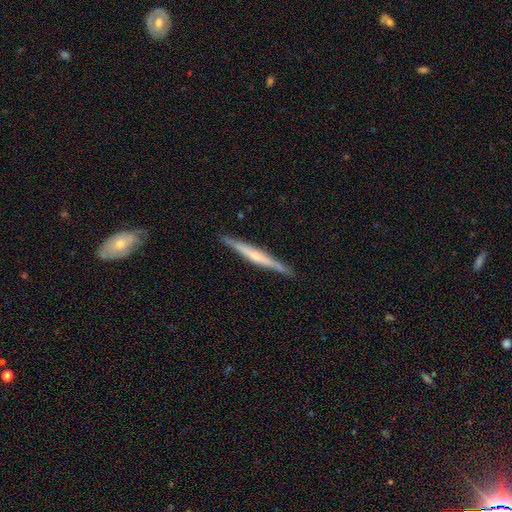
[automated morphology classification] A featured or disk galaxy (63%) viewed edge-on (96%) with a rounded central bulge (49%).

Vote fractions:
- Smooth or featured? featured or disk: 63% / smooth: 32% / star or artifact: 5%
- Edge-on disk? yes: 96% / no: 4%
- Edge-on bulge? rounded: 49% / none: 41% / boxy: 11%
- Merging? none: 88% / minor disturbance: 9% / major disturbance: 2% / merger: 1%